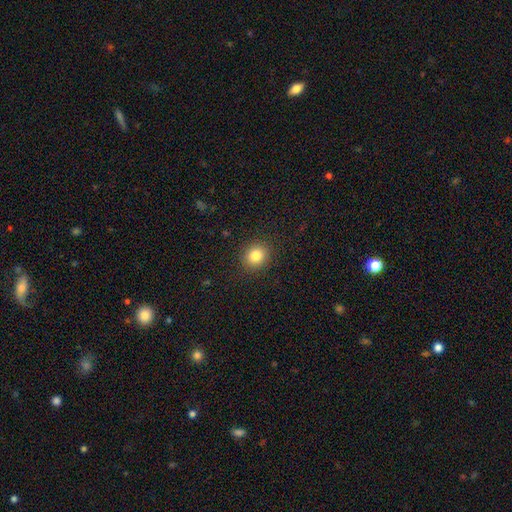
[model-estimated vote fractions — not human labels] This is clearly a smooth galaxy (83%). How rounded: likely round (78%). Merging: clearly none (89%).